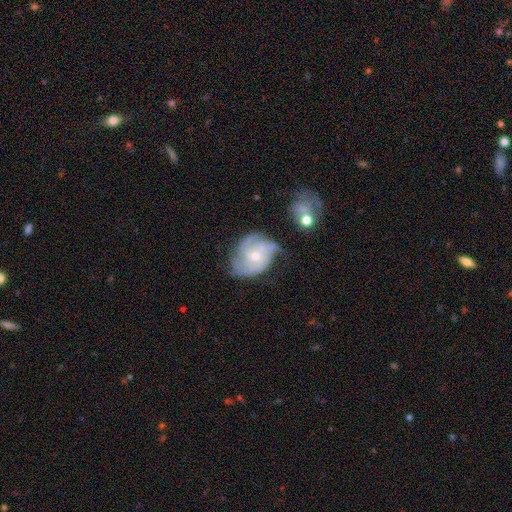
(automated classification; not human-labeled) This is likely a featured or disk galaxy (77%). It is clearly not viewed edge-on (98%). Bar: likely no (76%). Spiral arm pattern: clearly yes (88%). Spiral arm count: marginally 3 (34%). Spiral winding: possibly tight (46%). Central bulge: possibly small (55%). Merging: marginally none (44%).